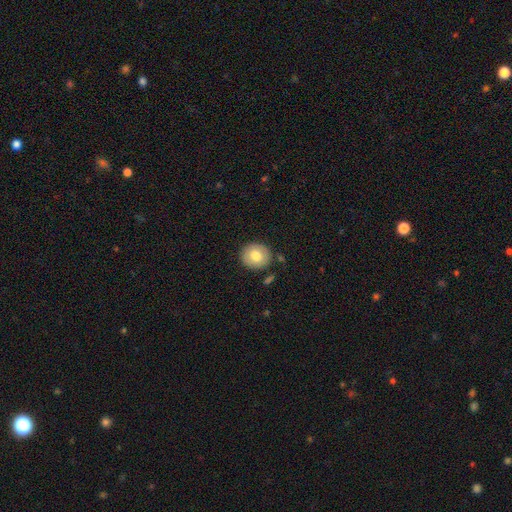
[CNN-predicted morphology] Q: Smooth or featured?
A: smooth (76%); runner-up: featured or disk (17%)
Q: How rounded?
A: round (79%); runner-up: in between (20%)
Q: Merging?
A: none (86%); runner-up: minor disturbance (9%)